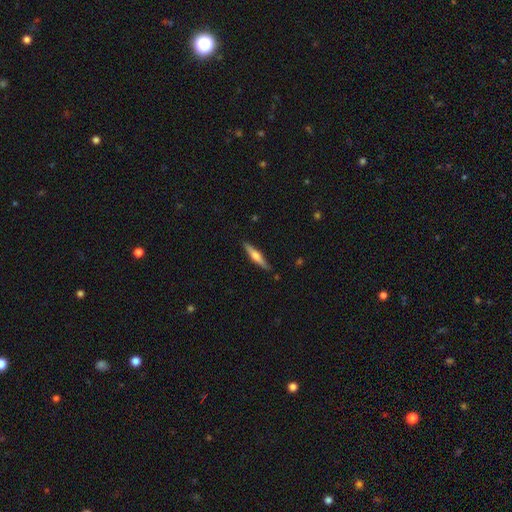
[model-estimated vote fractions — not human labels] The model was most divided on "smooth or featured": featured or disk: 55%, smooth: 39%, star or artifact: 6%. More confident: edge-on disk — yes (97%); merging — none (88%); edge-on bulge — rounded (88%).